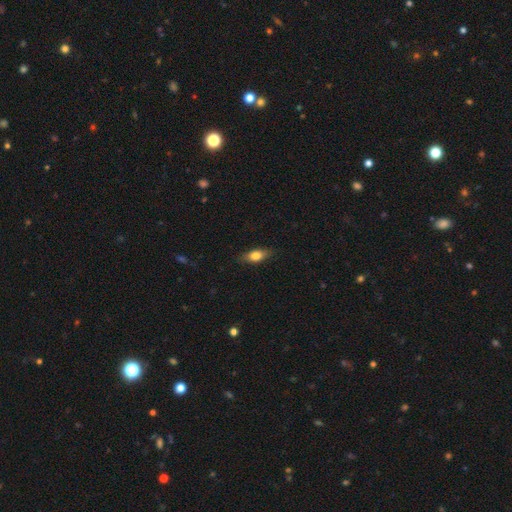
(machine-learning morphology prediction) Q: Smooth or featured?
A: smooth (74%); runner-up: featured or disk (18%)
Q: How rounded?
A: in between (77%); runner-up: cigar-shaped (18%)
Q: Merging?
A: none (84%); runner-up: minor disturbance (13%)